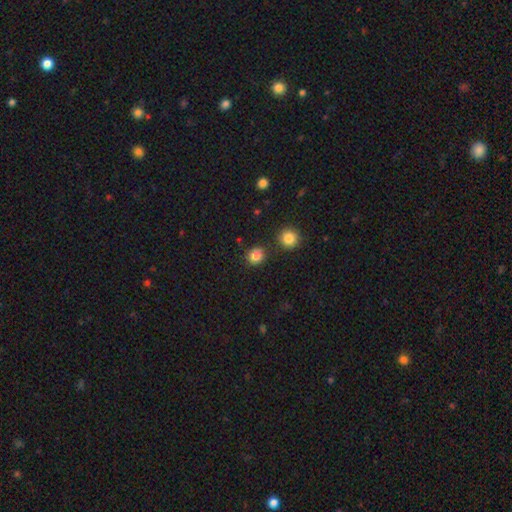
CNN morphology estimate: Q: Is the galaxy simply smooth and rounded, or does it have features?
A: smooth — 84%.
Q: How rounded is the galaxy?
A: round — 80%.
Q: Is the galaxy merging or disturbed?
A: none — 82%.